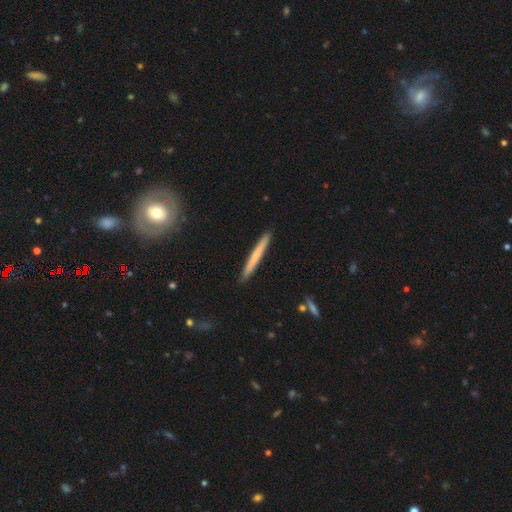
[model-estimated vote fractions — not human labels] A smooth galaxy with no disk features (58%) that is cigar-shaped (97%).

Vote fractions:
- Smooth or featured? smooth: 58% / featured or disk: 36% / star or artifact: 6%
- How rounded? cigar-shaped: 97% / in between: 2% / round: 1%
- Merging? none: 92% / minor disturbance: 6% / major disturbance: 1% / merger: 1%